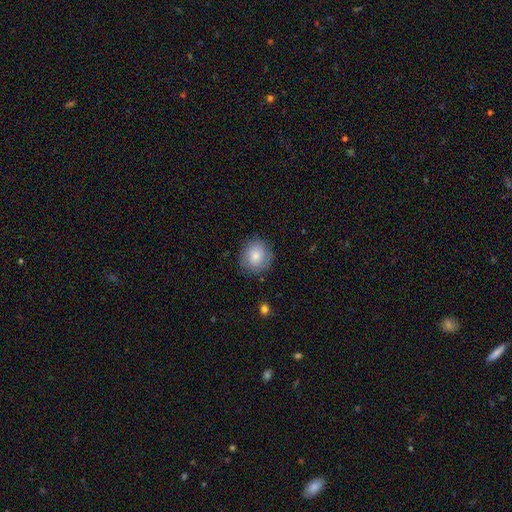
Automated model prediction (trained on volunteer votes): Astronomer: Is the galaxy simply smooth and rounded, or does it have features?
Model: smooth — 81%.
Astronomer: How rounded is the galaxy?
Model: round — 87%.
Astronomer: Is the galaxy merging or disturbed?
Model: none — 83%.